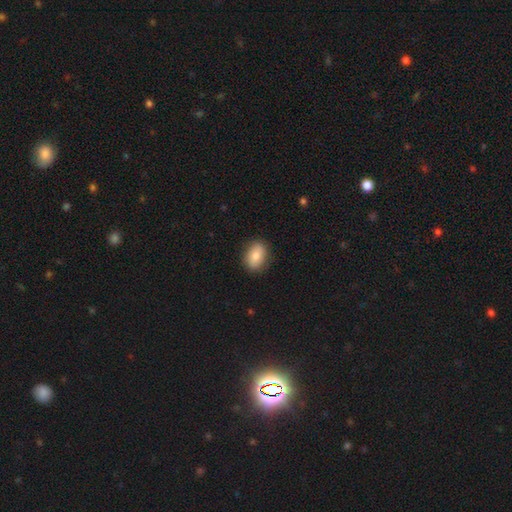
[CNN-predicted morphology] A smooth galaxy with no disk features (81%) that is in between round and cigar-shaped (78%). Merging: none (86%).